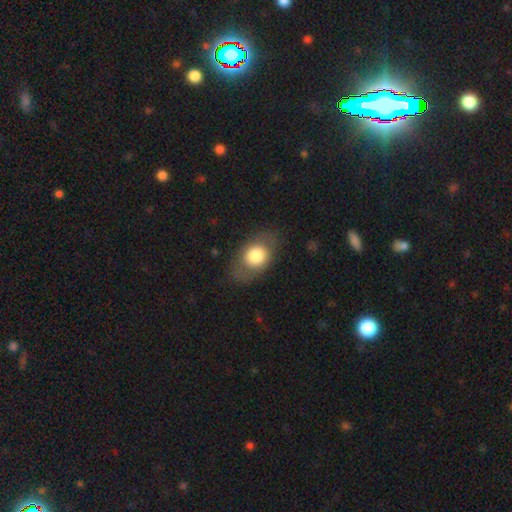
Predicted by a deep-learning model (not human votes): Smooth or featured: smooth — 71% (featured or disk — 23%)
How rounded: in between — 73% (round — 25%)
Merging: none — 77% (minor disturbance — 14%)